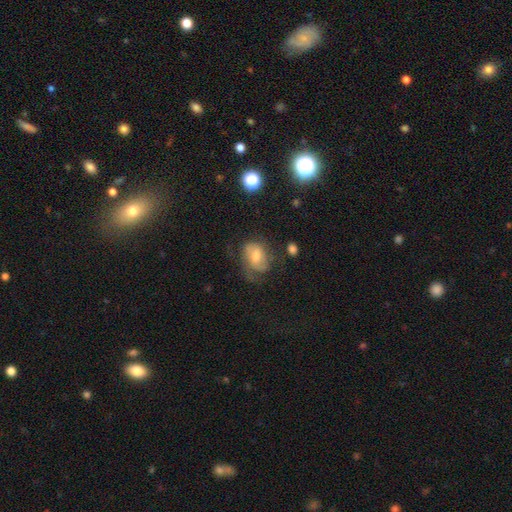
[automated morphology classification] Q: Smooth or featured?
A: featured or disk (55%); runner-up: smooth (33%)
Q: Edge-on disk?
A: no (96%); runner-up: yes (4%)
Q: Bar?
A: no (54%); runner-up: weak (37%)
Q: Spiral arms?
A: yes (81%); runner-up: no (19%)
Q: Bulge size?
A: moderate (63%); runner-up: small (24%)
Q: Merging?
A: none (50%); runner-up: minor disturbance (26%)